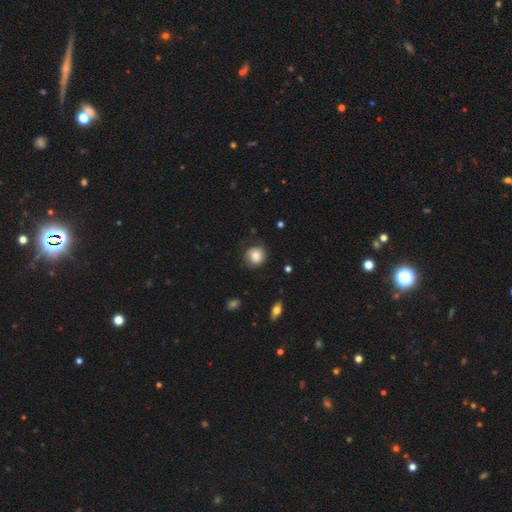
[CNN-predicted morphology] type=smooth (80%); roundness=round (88%); merging=none (77%).